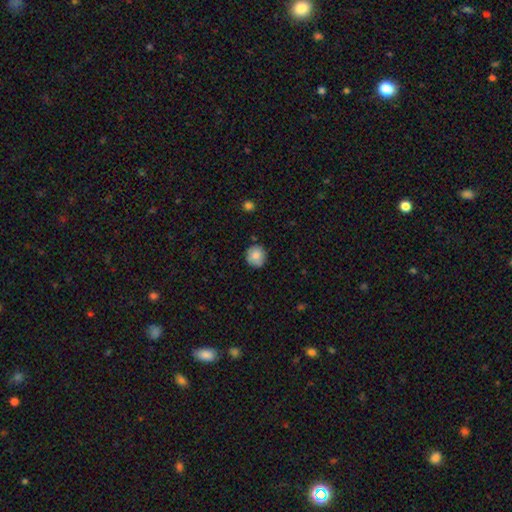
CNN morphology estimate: Overall: smooth (81%). How rounded: round (91%). Merging: none (81%).